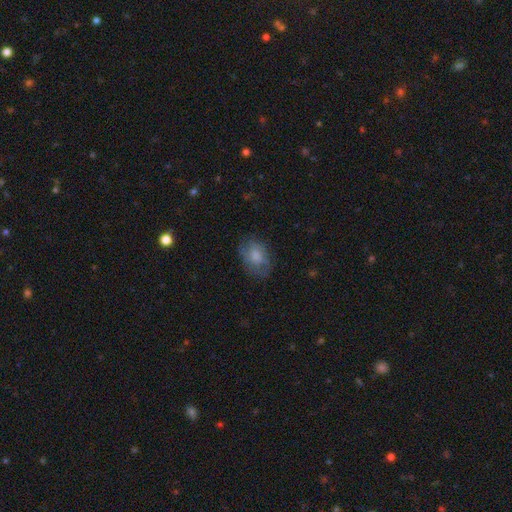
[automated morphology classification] smooth-or-featured: smooth: 66% | featured or disk: 26% | star or artifact: 8%
  how-rounded: in between: 76% | round: 23% | cigar-shaped: 1%
  merging: none: 66% | minor disturbance: 22% | major disturbance: 10% | merger: 1%